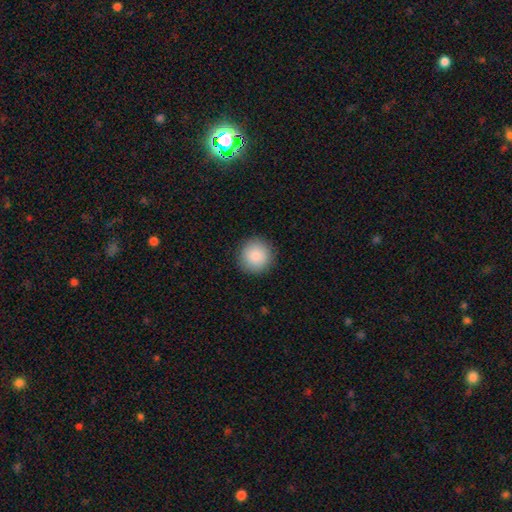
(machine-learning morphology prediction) Smooth or featured? smooth (88%)
How rounded? round (94%)
Merging? none (91%)